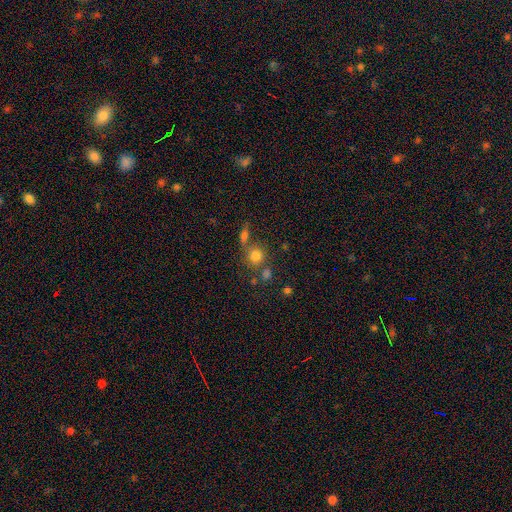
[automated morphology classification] The model was most divided on "merging": none: 57%, merger: 28%, minor disturbance: 10%, major disturbance: 6%. More confident: how rounded — round (85%); smooth or featured — smooth (76%).